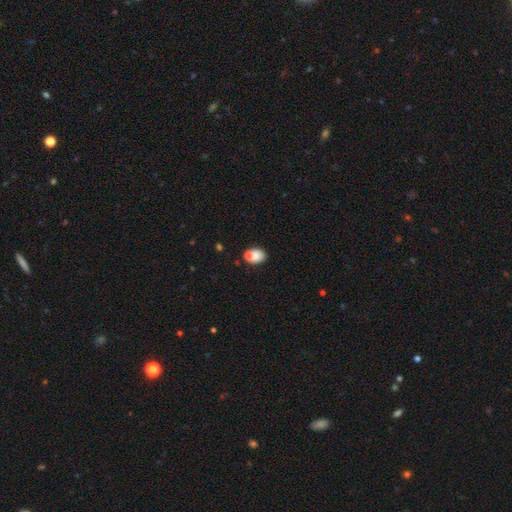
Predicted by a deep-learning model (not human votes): Smooth or featured? smooth (76%)
How rounded? in between (67%)
Merging? none (50%)